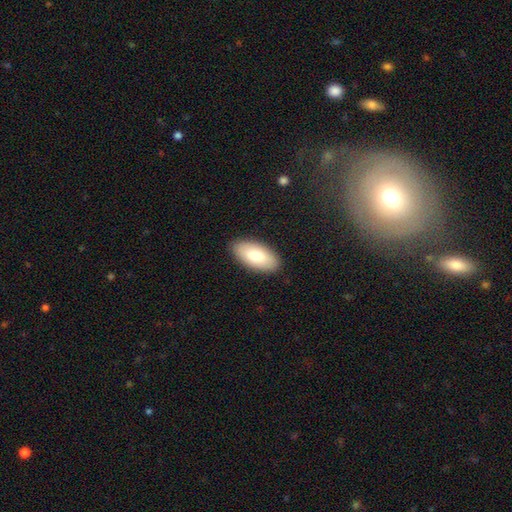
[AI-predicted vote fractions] Q: Smooth or featured?
A: smooth (74%); runner-up: featured or disk (20%)
Q: How rounded?
A: in between (92%); runner-up: cigar-shaped (5%)
Q: Merging?
A: none (89%); runner-up: minor disturbance (8%)